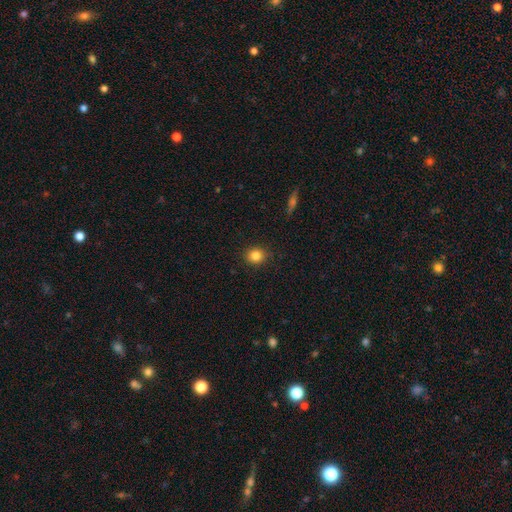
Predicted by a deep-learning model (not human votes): Morphology: type=smooth (84%); roundness=round (83%); merging=none (89%).